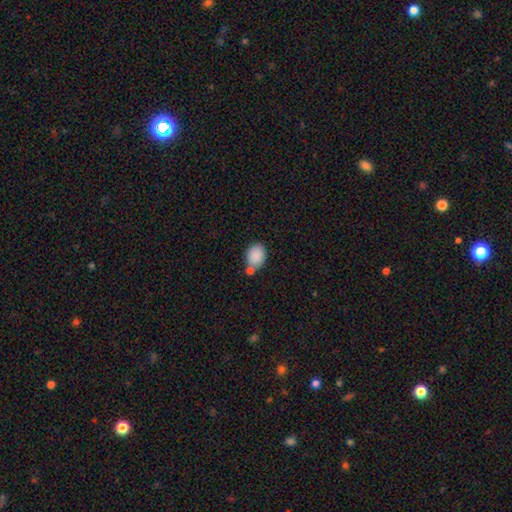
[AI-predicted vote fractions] Smooth or featured? smooth (88%)
How rounded? in between (64%)
Merging? none (61%)